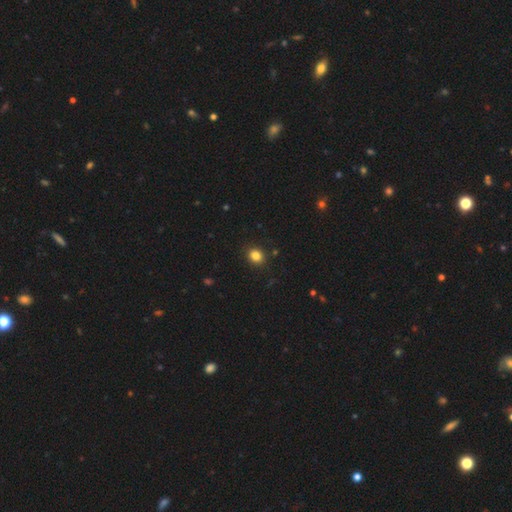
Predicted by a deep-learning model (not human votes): smooth 84%, star or artifact 11%, featured or disk 5%. Down the decision tree: how rounded — round (64%); merging — none (89%).